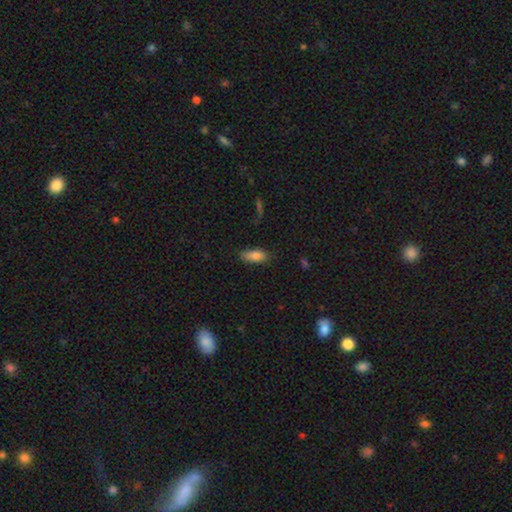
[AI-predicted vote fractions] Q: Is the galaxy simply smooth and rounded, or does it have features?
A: smooth — 81%.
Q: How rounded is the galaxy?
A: in between — 79%.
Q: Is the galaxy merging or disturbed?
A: none — 78%.